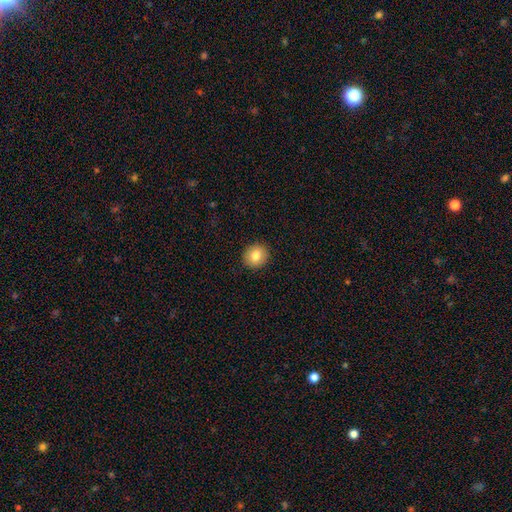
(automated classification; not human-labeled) Overall: smooth (82%). How rounded: round (86%). Merging: none (92%).